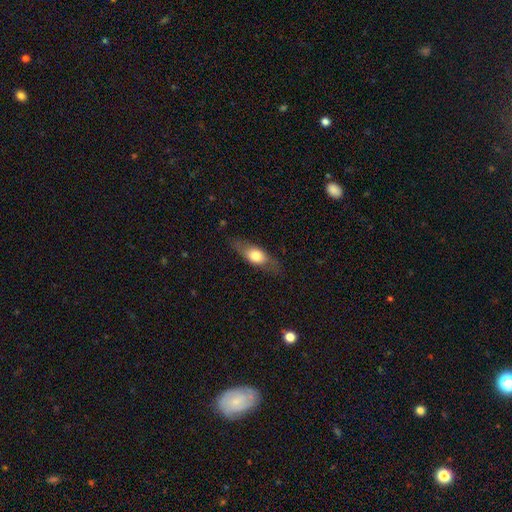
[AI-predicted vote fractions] This appears to be a smooth galaxy with no disk features (59%) that is in between round and cigar-shaped (63%). Merging: none (76%).